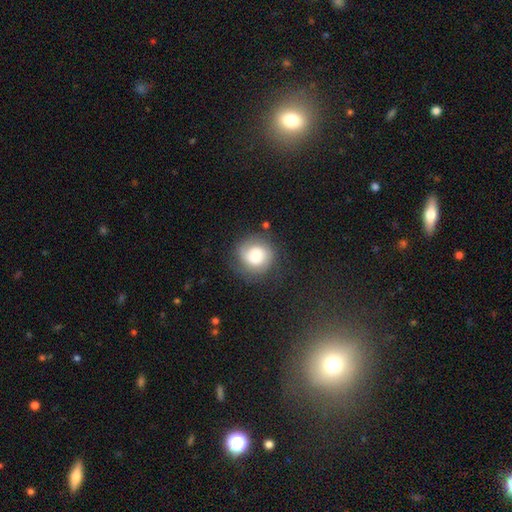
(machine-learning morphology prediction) smooth 55%, featured or disk 36%, star or artifact 9%. Down the decision tree: how rounded — round (87%); merging — none (70%).